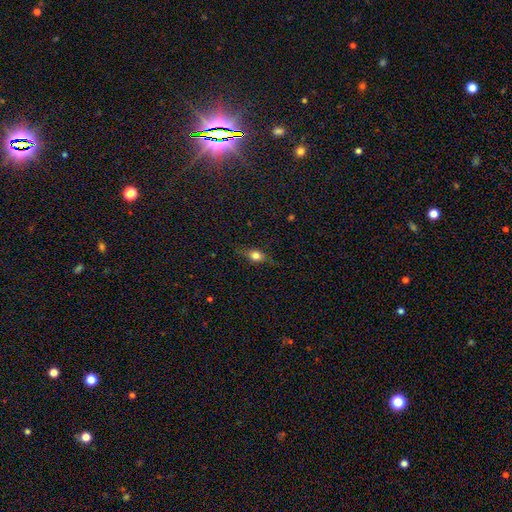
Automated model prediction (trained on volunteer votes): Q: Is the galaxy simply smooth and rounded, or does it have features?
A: smooth — 73%.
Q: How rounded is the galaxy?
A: in between — 67%.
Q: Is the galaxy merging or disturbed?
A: none — 75%.